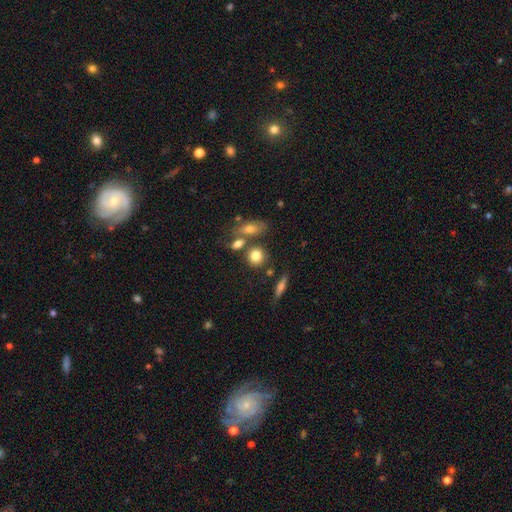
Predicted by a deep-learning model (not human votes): smooth 77%, featured or disk 12%, star or artifact 11%. Down the decision tree: how rounded — round (70%); merging — none (63%).